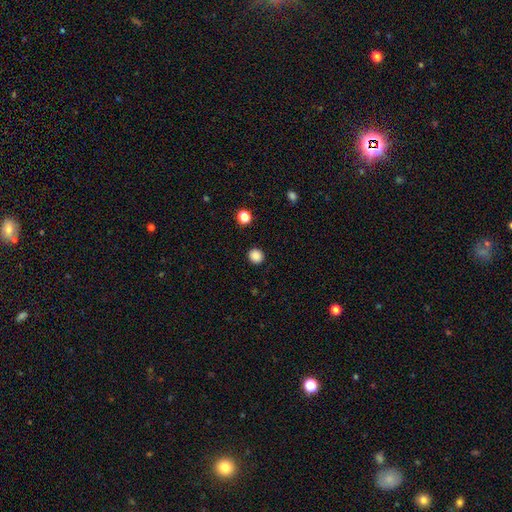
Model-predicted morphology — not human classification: smooth_or_featured: smooth (p=0.87) [alt: star or artifact p=0.10]
how_rounded: round (p=0.83) [alt: in between p=0.16]
merging: none (p=0.91) [alt: minor disturbance p=0.06]